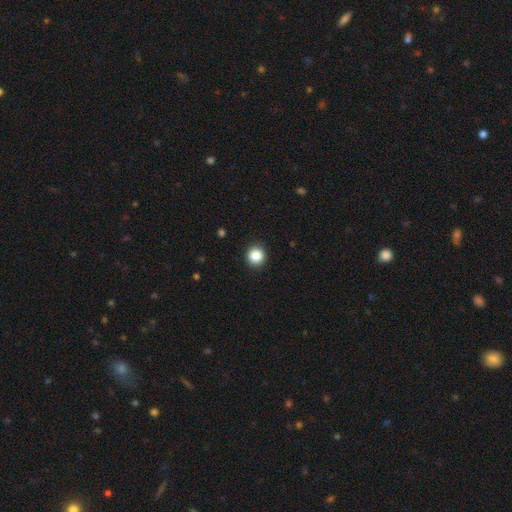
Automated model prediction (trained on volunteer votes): A smooth galaxy with no disk features (86%) that is round (94%).

Vote fractions:
- Smooth or featured? smooth: 86% / star or artifact: 10% / featured or disk: 4%
- How rounded? round: 94% / in between: 5% / cigar-shaped: 1%
- Merging? none: 92% / minor disturbance: 5% / major disturbance: 2% / merger: 1%